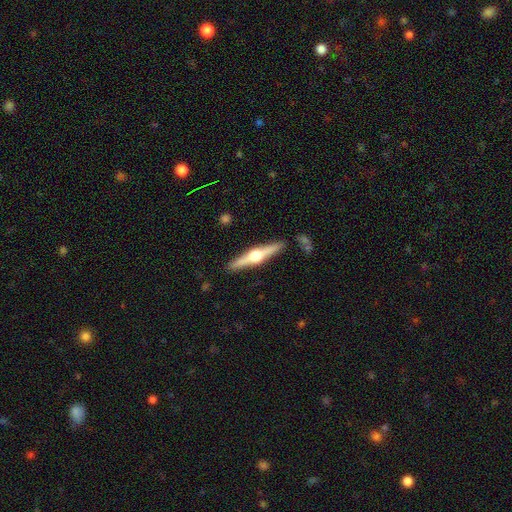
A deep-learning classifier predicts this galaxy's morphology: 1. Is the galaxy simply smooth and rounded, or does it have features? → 77% featured or disk, 18% smooth, 5% star or artifact.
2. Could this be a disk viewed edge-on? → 98% yes, 2% no.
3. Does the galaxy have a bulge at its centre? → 96% rounded, 3% boxy, 1% none.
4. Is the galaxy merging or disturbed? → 89% none, 7% minor disturbance, 2% merger, 2% major disturbance.